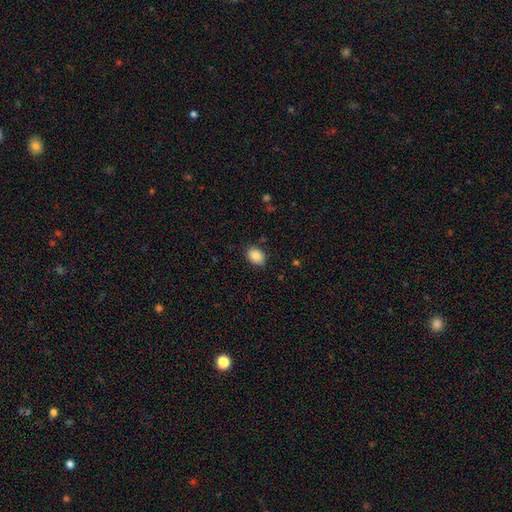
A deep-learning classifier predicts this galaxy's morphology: A smooth galaxy with no disk features (87%) that is in between round and cigar-shaped (75%).

Vote fractions:
- Smooth or featured? smooth: 87% / star or artifact: 8% / featured or disk: 5%
- How rounded? in between: 75% / round: 24% / cigar-shaped: 1%
- Merging? none: 84% / minor disturbance: 12% / major disturbance: 3% / merger: 1%